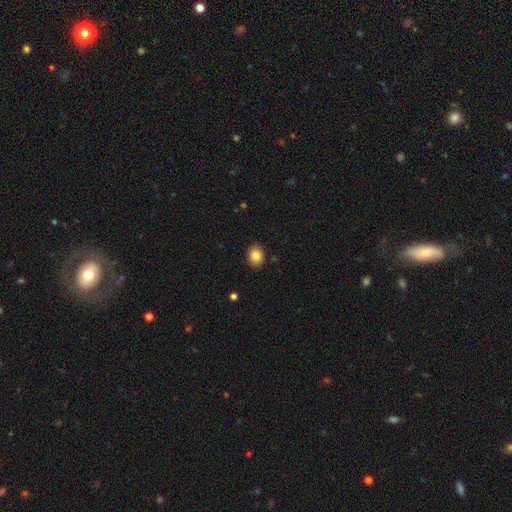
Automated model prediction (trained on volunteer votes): The model was most divided on "how rounded": in between: 53%, round: 47%, cigar-shaped: 1%. More confident: merging — none (90%); smooth or featured — smooth (83%).